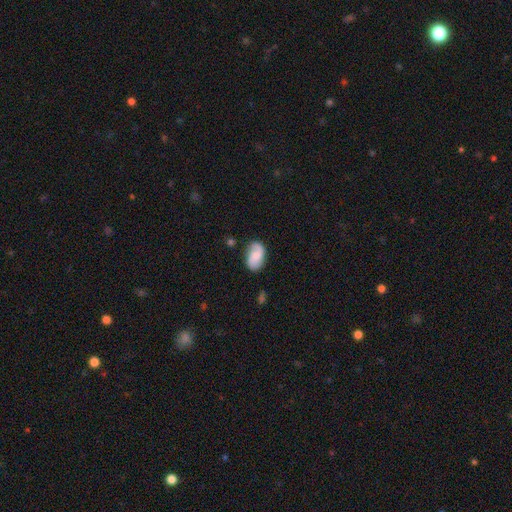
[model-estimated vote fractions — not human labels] Morphology: type=smooth (49%); merging=none (70%).